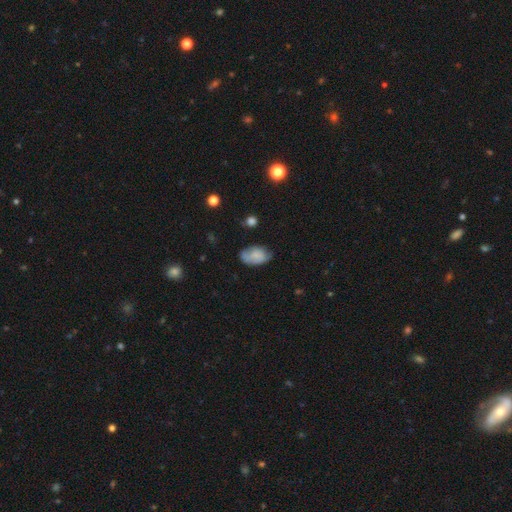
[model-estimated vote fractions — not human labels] smooth_or_featured: smooth (p=0.71) [alt: featured or disk p=0.21]
how_rounded: in between (p=0.91) [alt: round p=0.07]
merging: none (p=0.55) [alt: minor disturbance p=0.33]